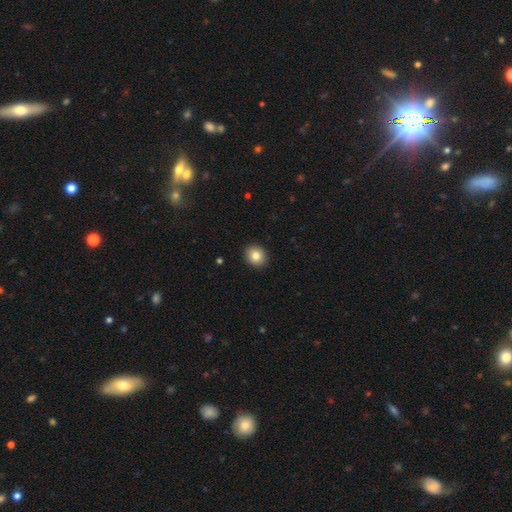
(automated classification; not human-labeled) Smooth or featured?
  - smooth: 83% *
  - star or artifact: 9%
  - featured or disk: 7%
How rounded?
  - round: 79% *
  - in between: 20%
  - cigar-shaped: 1%
Merging?
  - none: 92% *
  - minor disturbance: 6%
  - major disturbance: 2%
  - merger: 1%